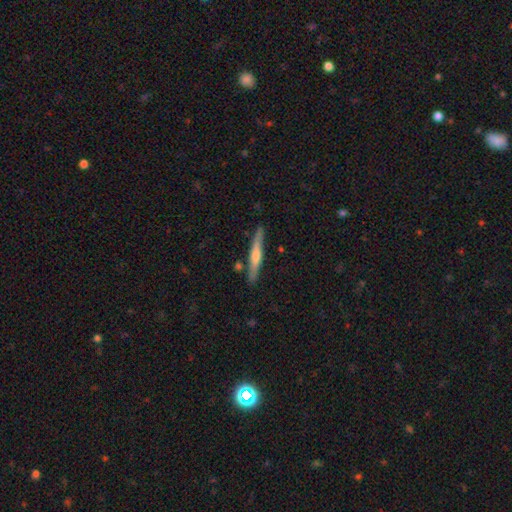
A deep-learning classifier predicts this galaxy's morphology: Smooth or featured: featured or disk — 49% (smooth — 46%)
Merging: none — 85% (minor disturbance — 10%)